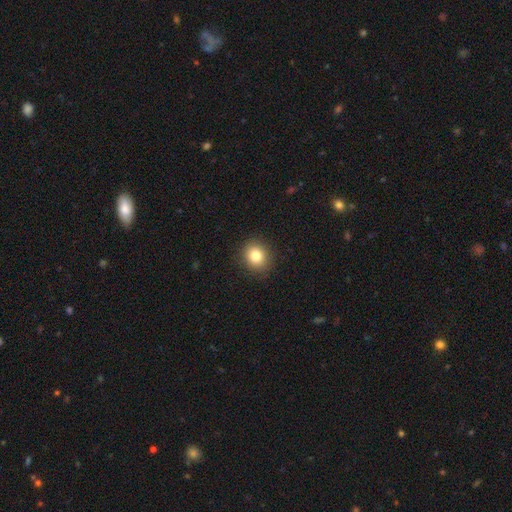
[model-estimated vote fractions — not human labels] This appears to be a smooth galaxy with no disk features (82%) that is round (77%). Merging: none (90%).